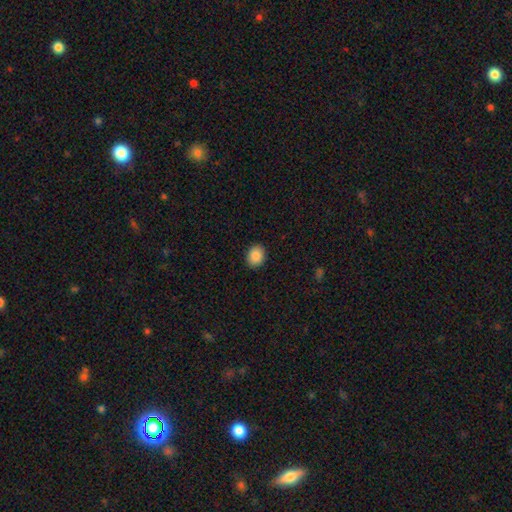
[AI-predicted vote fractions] A smooth galaxy with no disk features (88%) that is in between round and cigar-shaped (50%). Merging: none (90%).